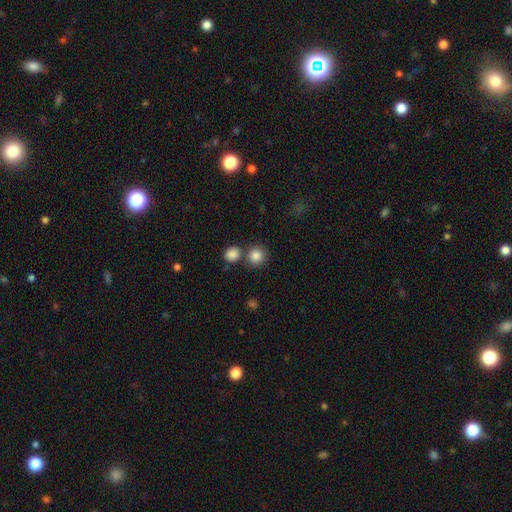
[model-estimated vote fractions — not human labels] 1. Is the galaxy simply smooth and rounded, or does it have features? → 85% smooth, 10% star or artifact, 5% featured or disk.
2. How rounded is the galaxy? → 90% round, 9% in between, 1% cigar-shaped.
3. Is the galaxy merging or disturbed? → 71% none, 19% merger, 8% minor disturbance, 3% major disturbance.